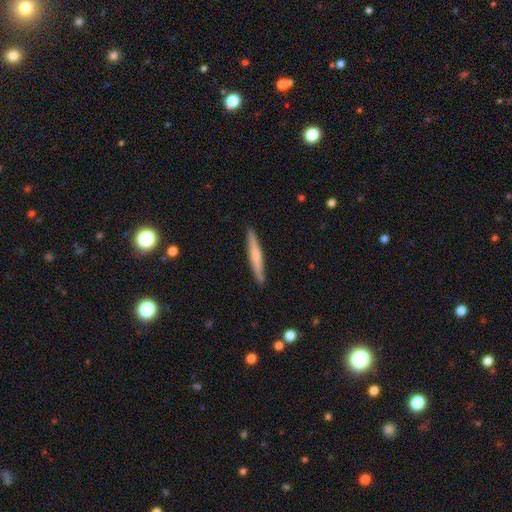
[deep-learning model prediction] smooth 57%, featured or disk 38%, star or artifact 5%. Down the decision tree: how rounded — cigar-shaped (96%); merging — none (90%).